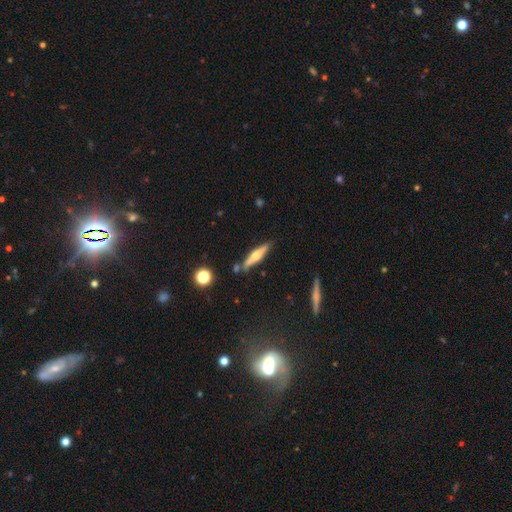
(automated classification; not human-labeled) A featured or disk galaxy (55%) viewed edge-on (95%) with a rounded central bulge (82%). Merging: none (80%).